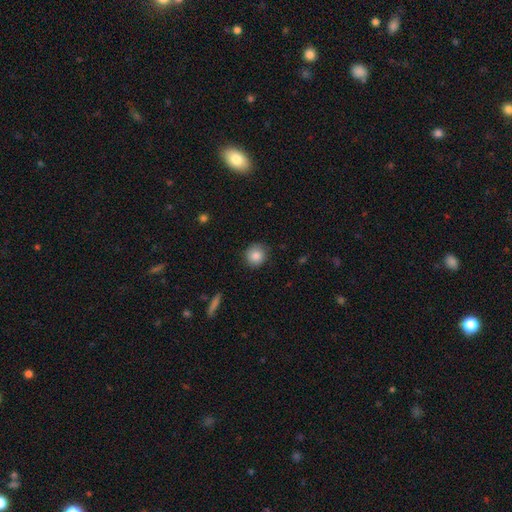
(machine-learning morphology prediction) Smooth or featured?
  - smooth: 86% *
  - star or artifact: 9%
  - featured or disk: 6%
How rounded?
  - round: 90% *
  - in between: 9%
  - cigar-shaped: 1%
Merging?
  - none: 85% *
  - minor disturbance: 11%
  - major disturbance: 2%
  - merger: 1%